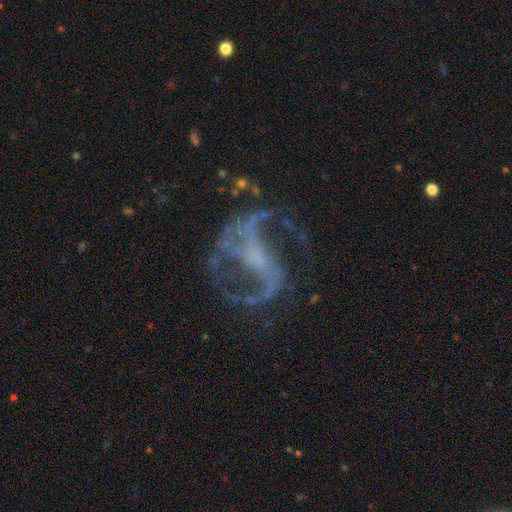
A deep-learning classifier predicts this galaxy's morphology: smooth-or-featured: featured or disk: 85% | star or artifact: 9% | smooth: 6%
  disk-edge-on: no: 97% | yes: 3%
    bar: strong: 39% | weak: 37% | no: 24%
    has-spiral-arms: yes: 91% | no: 9%
      spiral-winding: loose: 46% | medium: 43% | tight: 11%
      spiral-arm-count: 2: 82% | can't tell: 7% | 3: 4% | 1: 4% | 4: 2% | more than 4: 2%
    bulge-size: small: 38% | none: 37% | moderate: 19% | large: 4% | dominant: 1%
  merging: none: 59% | major disturbance: 23% | minor disturbance: 15% | merger: 3%